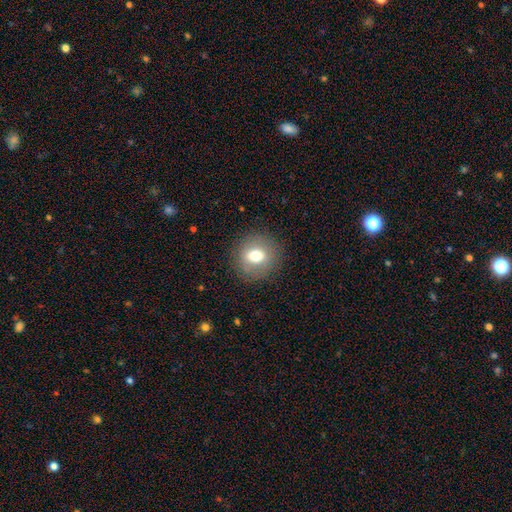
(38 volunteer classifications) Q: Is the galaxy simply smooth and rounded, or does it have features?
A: smooth — 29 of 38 (76%).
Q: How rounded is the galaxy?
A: round — 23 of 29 (79%).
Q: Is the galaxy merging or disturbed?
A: none — 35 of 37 (95%).